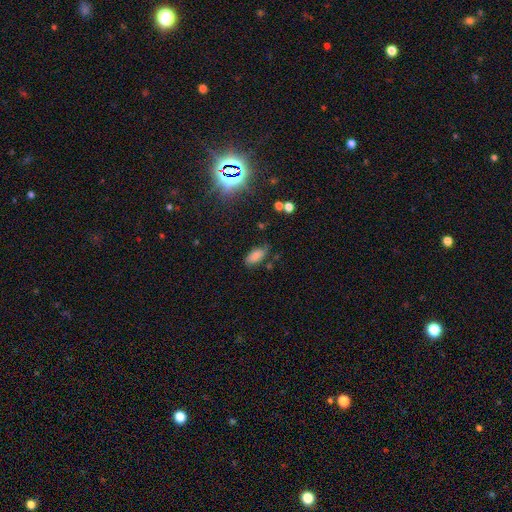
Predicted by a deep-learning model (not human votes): smooth-or-featured: smooth: 82% | star or artifact: 11% | featured or disk: 7%
  how-rounded: in between: 88% | cigar-shaped: 9% | round: 3%
  merging: none: 68% | minor disturbance: 24% | major disturbance: 5% | merger: 3%